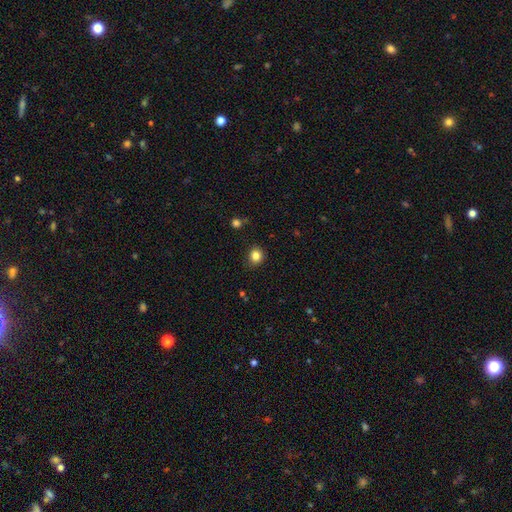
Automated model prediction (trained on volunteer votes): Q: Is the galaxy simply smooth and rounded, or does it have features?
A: smooth — 84%.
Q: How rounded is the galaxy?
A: round — 76%.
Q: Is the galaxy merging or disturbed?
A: none — 86%.